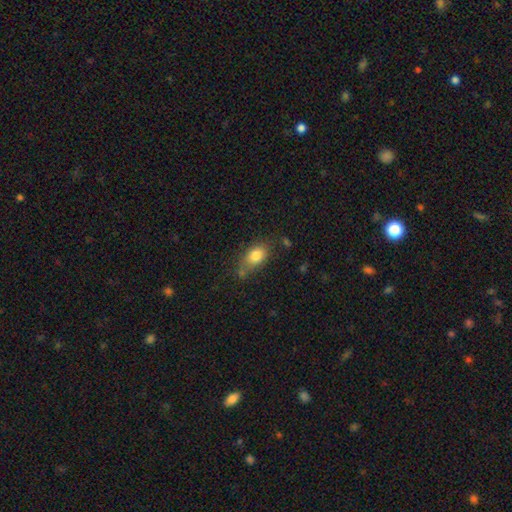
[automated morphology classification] smooth_or_featured: smooth (p=0.81) [alt: featured or disk p=0.11]
how_rounded: in between (p=0.80) [alt: round p=0.16]
merging: none (p=0.57) [alt: minor disturbance p=0.26]